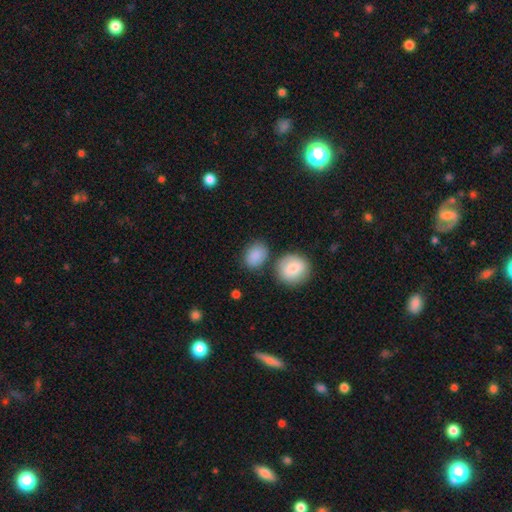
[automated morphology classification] A smooth galaxy with no disk features (88%) that is in between round and cigar-shaped (60%).

Vote fractions:
- Smooth or featured? smooth: 88% / star or artifact: 7% / featured or disk: 5%
- How rounded? in between: 60% / round: 39% / cigar-shaped: 1%
- Merging? none: 68% / minor disturbance: 15% / merger: 13% / major disturbance: 4%